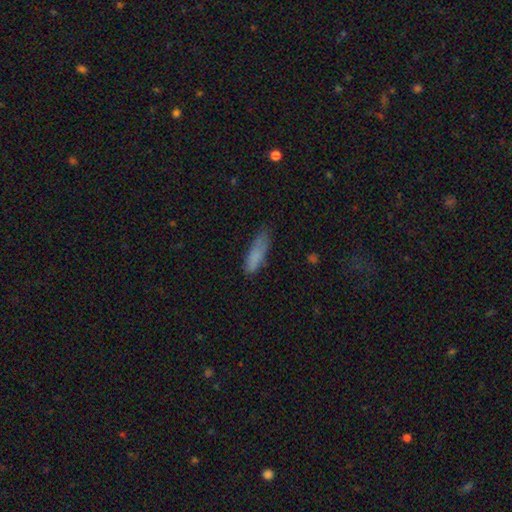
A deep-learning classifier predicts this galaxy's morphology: Q: Smooth or featured?
A: smooth (81%); runner-up: featured or disk (11%)
Q: How rounded?
A: cigar-shaped (56%); runner-up: in between (43%)
Q: Merging?
A: none (62%); runner-up: minor disturbance (28%)